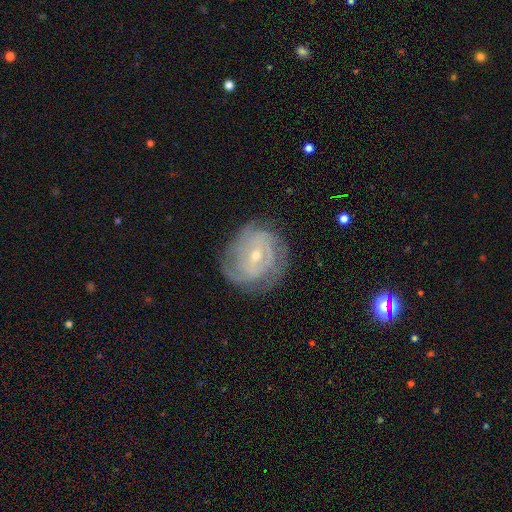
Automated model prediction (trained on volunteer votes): smooth_or_featured: featured or disk (p=0.81) [alt: smooth p=0.12]
disk_edge_on: no (p=0.97) [alt: yes p=0.03]
bar: no (p=0.50) [alt: weak p=0.38]
has_spiral_arms: yes (p=0.92) [alt: no p=0.08]
spiral_winding: tight (p=0.67) [alt: medium p=0.26]
spiral_arm_count: can't tell (p=0.37) [alt: 3 p=0.21]
bulge_size: small (p=0.62) [alt: moderate p=0.36]
merging: none (p=0.74) [alt: minor disturbance p=0.17]